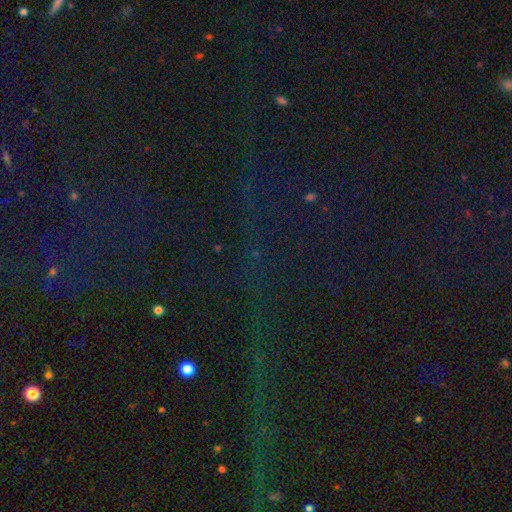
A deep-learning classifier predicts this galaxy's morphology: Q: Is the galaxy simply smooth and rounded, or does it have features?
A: star or artifact — 82%.